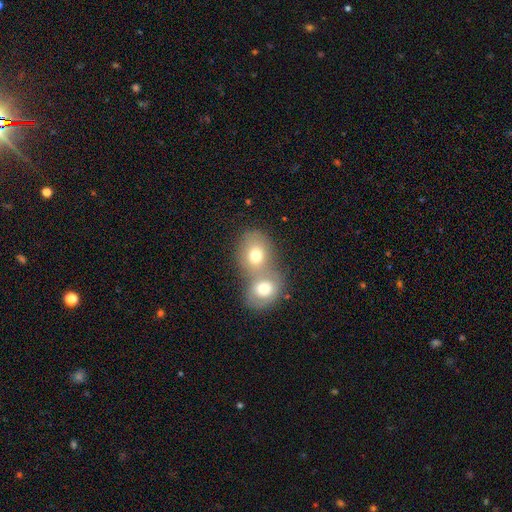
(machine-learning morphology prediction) Overall: smooth (71%). How rounded: round (54%; in between 45%). Merging: merger (64%; none 25%).